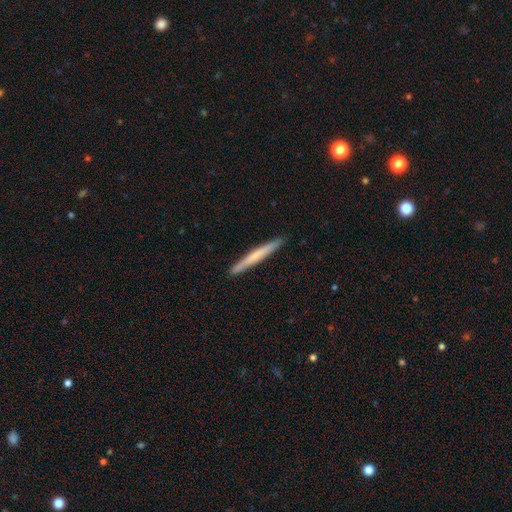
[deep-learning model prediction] Smooth or featured?
  - smooth: 59% *
  - featured or disk: 36%
  - star or artifact: 5%
How rounded?
  - cigar-shaped: 97% *
  - in between: 2%
  - round: 1%
Merging?
  - none: 91% *
  - minor disturbance: 6%
  - major disturbance: 1%
  - merger: 1%